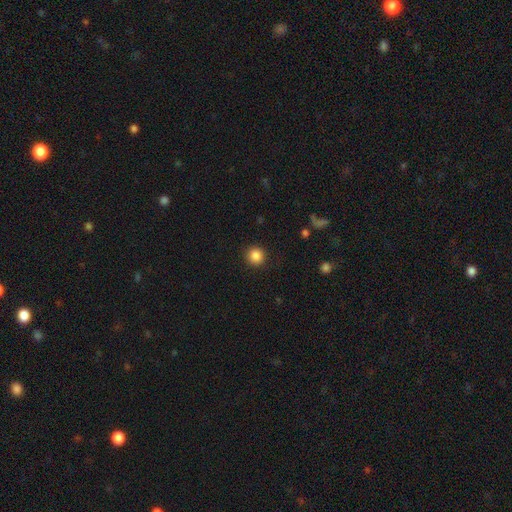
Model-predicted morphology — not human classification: Overall: smooth (86%). How rounded: round (94%). Merging: none (92%).